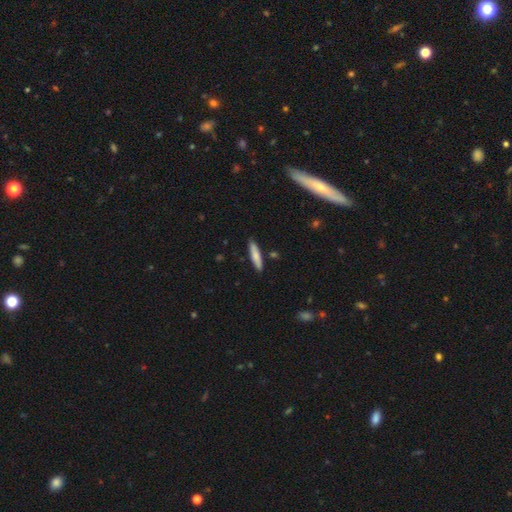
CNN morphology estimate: type=smooth (76%); roundness=cigar-shaped (83%); merging=none (88%).